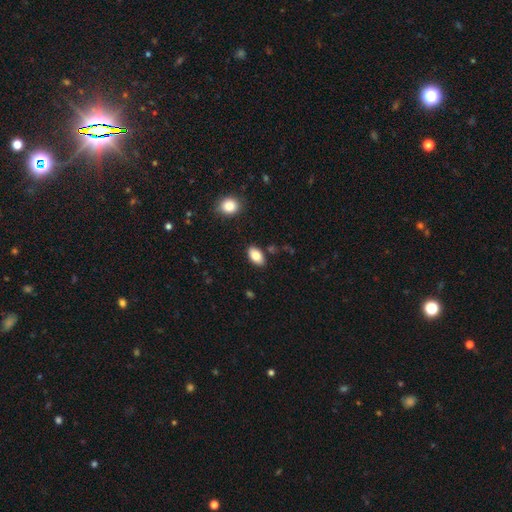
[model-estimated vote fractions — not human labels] smooth 83%, featured or disk 10%, star or artifact 8%. Down the decision tree: how rounded — in between (92%); merging — none (85%).